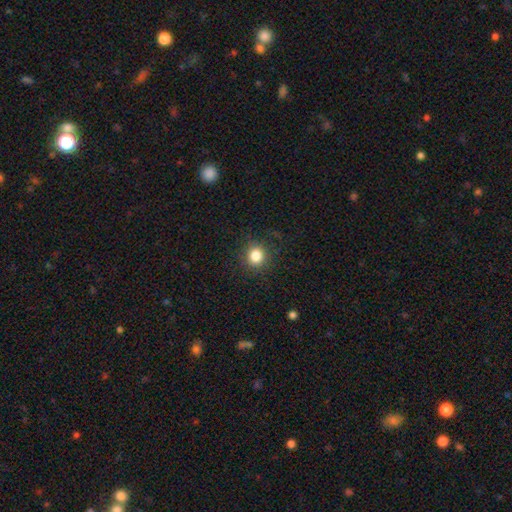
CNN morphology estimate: This is clearly a smooth galaxy (84%). How rounded: clearly round (86%). Merging: clearly none (88%).